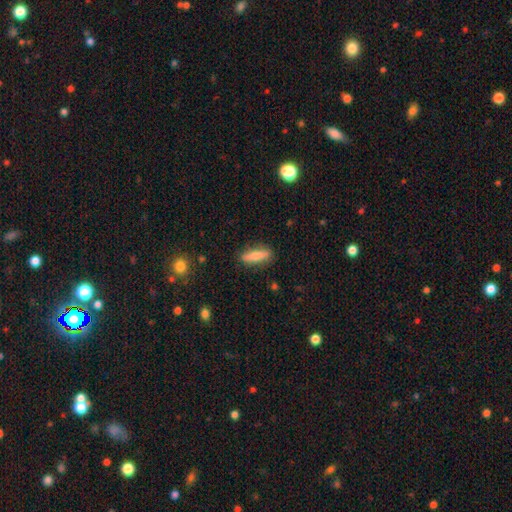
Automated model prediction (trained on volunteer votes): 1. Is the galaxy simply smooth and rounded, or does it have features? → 68% smooth, 25% featured or disk, 7% star or artifact.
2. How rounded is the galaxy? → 63% cigar-shaped, 34% in between, 2% round.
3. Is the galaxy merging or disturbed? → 86% none, 10% minor disturbance, 2% major disturbance, 1% merger.